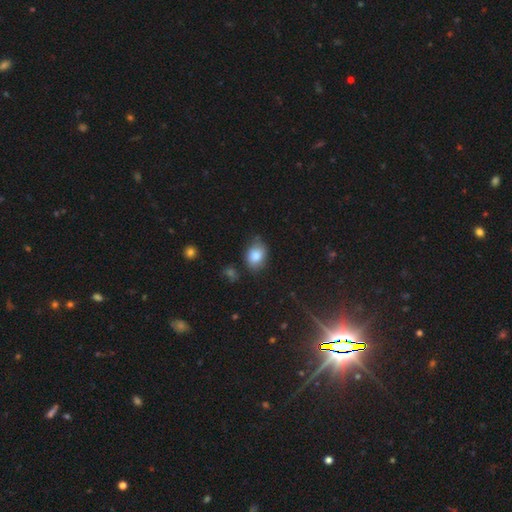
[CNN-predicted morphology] Overall: smooth (84%). How rounded: in between (72%). Merging: none (68%).